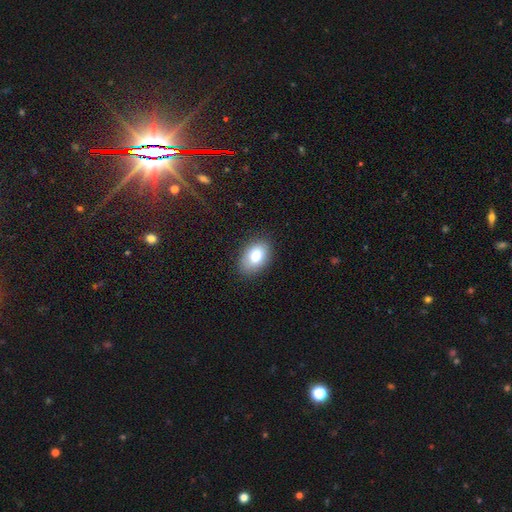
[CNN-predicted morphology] This appears to be a smooth galaxy with no disk features (83%) that is in between round and cigar-shaped (89%). Merging: none (85%).